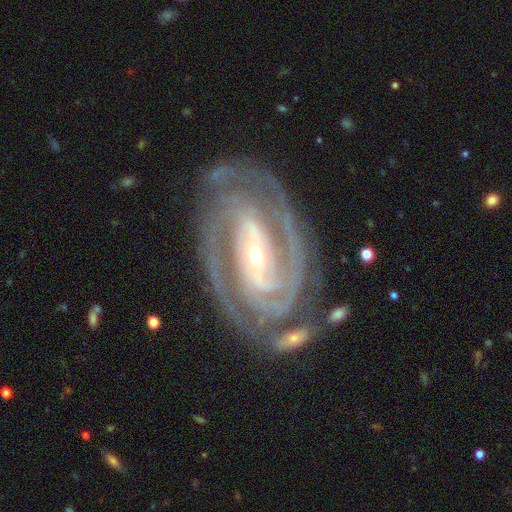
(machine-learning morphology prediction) type=featured or disk (93%); edge-on=no (97%); bar=strong (50%); spiral arms=yes (98%); winding=tight (65%); arm count=2 (57%); bulge=small (63%); merging=none (71%).